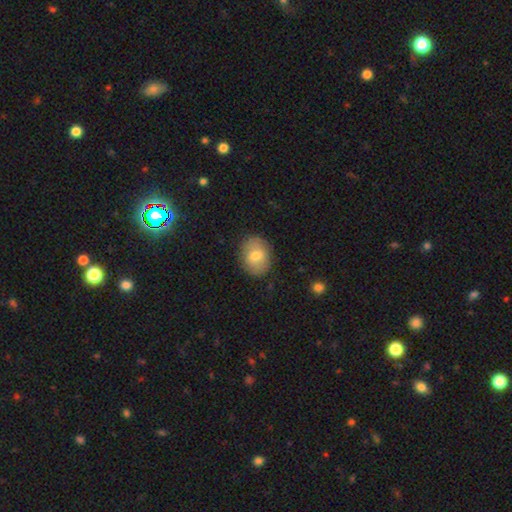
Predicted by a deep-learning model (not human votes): A smooth galaxy with no disk features (68%) that is round (50%). Merging: none (82%).